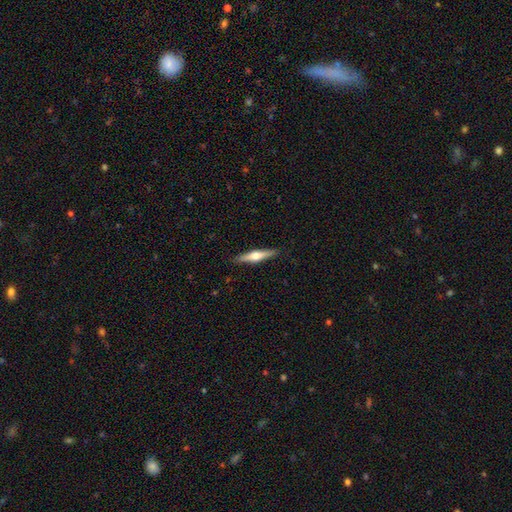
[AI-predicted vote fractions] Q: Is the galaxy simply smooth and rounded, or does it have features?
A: featured or disk — 58%.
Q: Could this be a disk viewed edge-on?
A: yes — 96%.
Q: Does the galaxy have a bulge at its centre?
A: rounded — 93%.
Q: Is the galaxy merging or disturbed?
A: none — 90%.